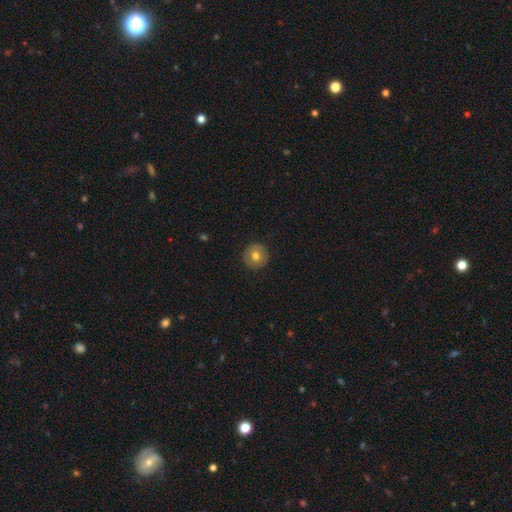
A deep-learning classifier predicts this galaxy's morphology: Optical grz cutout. It shows a smooth galaxy with no disk features (72%) that is round (95%). Merging: none (90%).